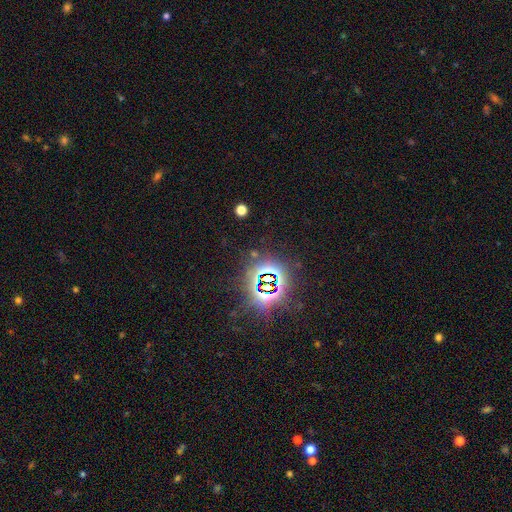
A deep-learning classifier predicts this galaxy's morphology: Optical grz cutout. It shows a star or artifact, not a galaxy (82%).